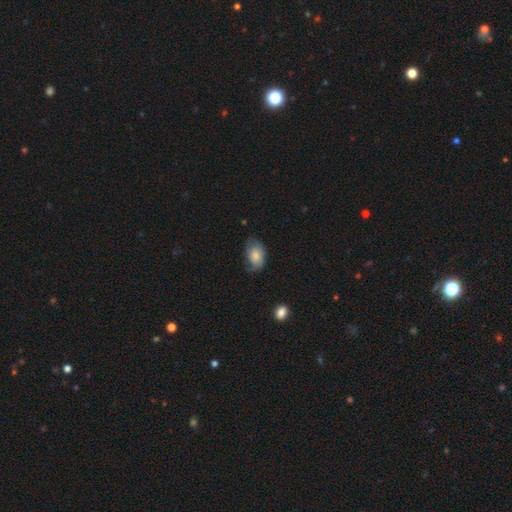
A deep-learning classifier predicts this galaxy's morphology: A smooth galaxy with no disk features (68%) that is in between round and cigar-shaped (86%).

Vote fractions:
- Smooth or featured? smooth: 68% / featured or disk: 25% / star or artifact: 7%
- How rounded? in between: 86% / round: 12% / cigar-shaped: 1%
- Merging? none: 51% / minor disturbance: 34% / major disturbance: 13% / merger: 2%